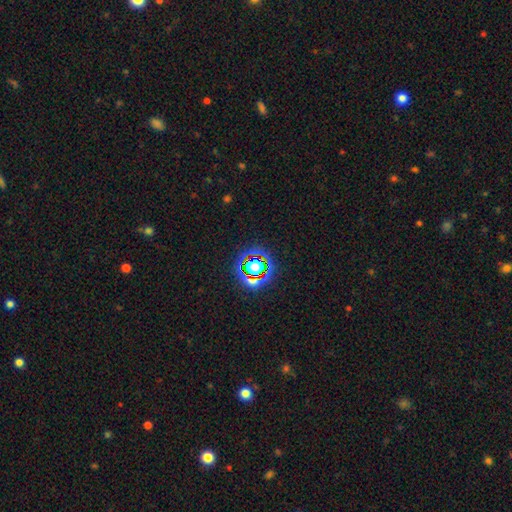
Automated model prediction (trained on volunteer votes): star or artifact 77%, smooth 14%, featured or disk 9%.